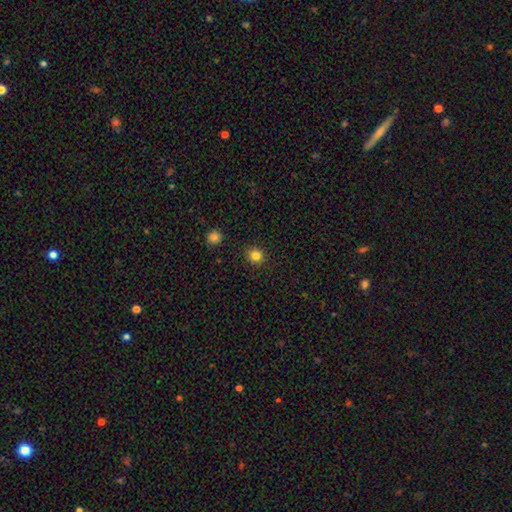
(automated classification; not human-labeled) The model was most divided on "smooth or featured": smooth: 82%, star or artifact: 13%, featured or disk: 5%. More confident: merging — none (91%); how rounded — round (88%).